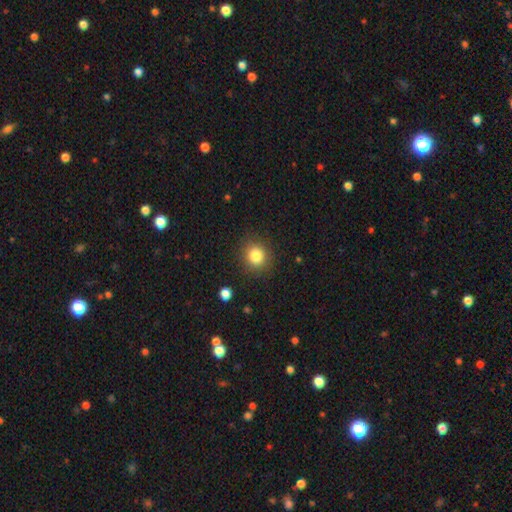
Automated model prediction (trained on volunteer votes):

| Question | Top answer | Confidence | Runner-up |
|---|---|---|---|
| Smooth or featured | smooth | 83% | star or artifact (11%) |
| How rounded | round | 85% | in between (14%) |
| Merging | none | 88% | minor disturbance (8%) |